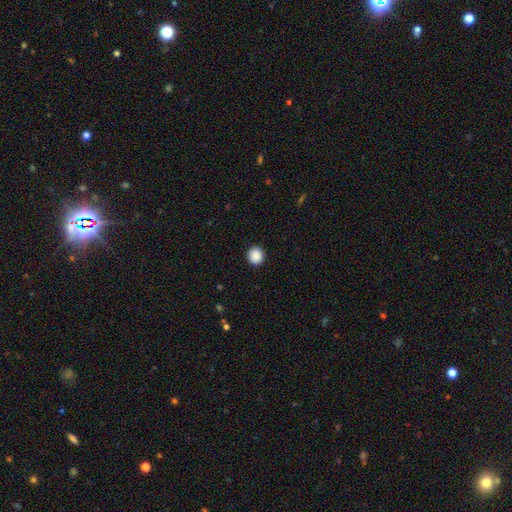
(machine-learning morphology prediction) smooth-or-featured: smooth: 89% | star or artifact: 9% | featured or disk: 3%
  how-rounded: round: 91% | in between: 8% | cigar-shaped: 1%
  merging: none: 92% | minor disturbance: 5% | major disturbance: 2% | merger: 1%